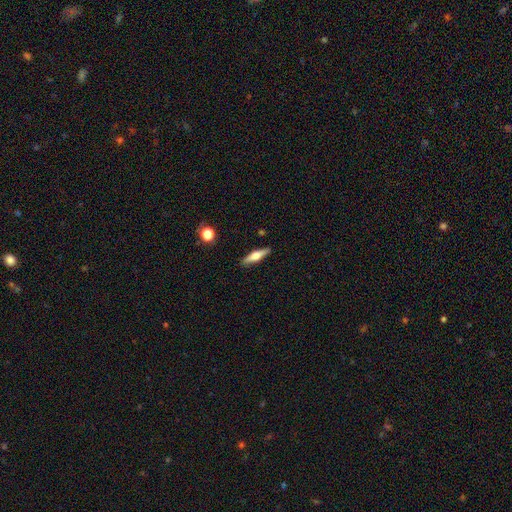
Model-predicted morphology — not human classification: featured or disk 49%, smooth 45%, star or artifact 6%. Down the decision tree: merging — none (88%).